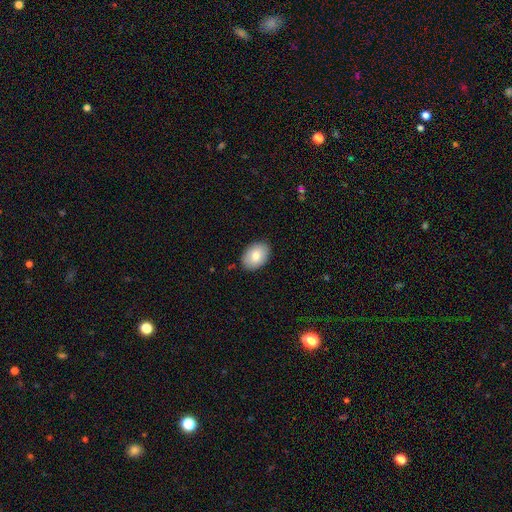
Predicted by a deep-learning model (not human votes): Morphology: type=smooth (79%); roundness=in between (84%); merging=none (88%).